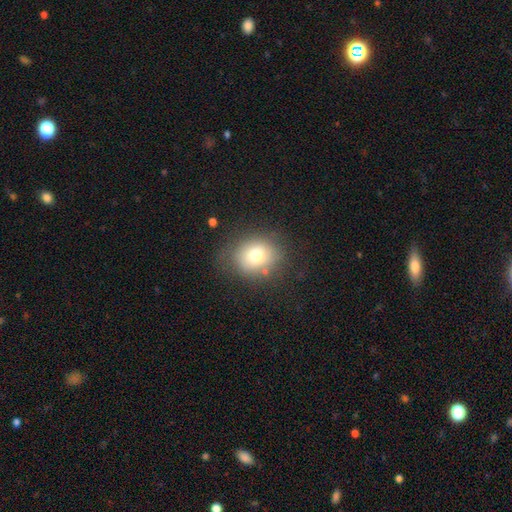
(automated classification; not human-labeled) This is likely a smooth galaxy (73%). How rounded: likely round (61%). Merging: likely none (71%).